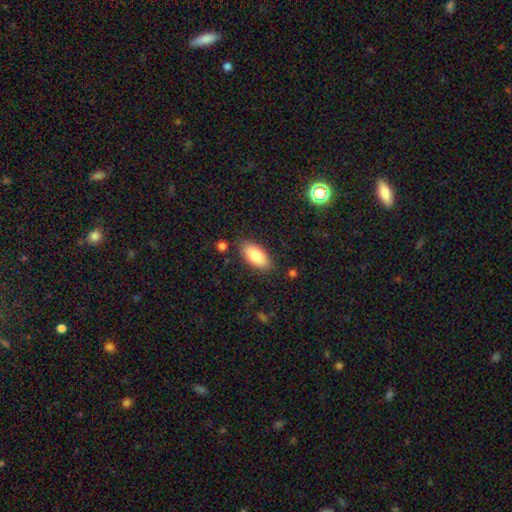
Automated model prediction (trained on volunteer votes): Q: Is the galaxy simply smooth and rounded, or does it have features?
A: smooth — 83%.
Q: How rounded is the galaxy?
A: in between — 89%.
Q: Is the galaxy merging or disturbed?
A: none — 85%.